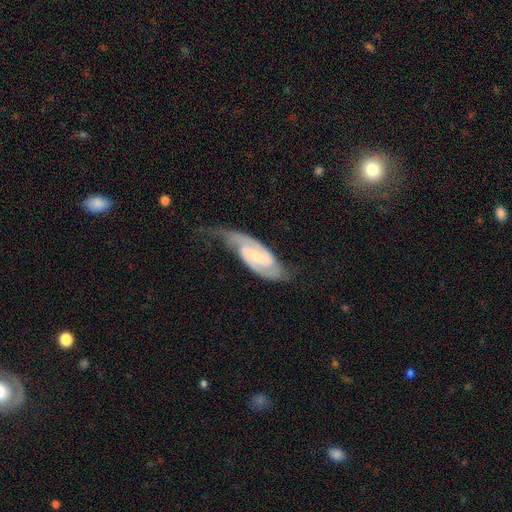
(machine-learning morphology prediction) Q: Smooth or featured?
A: featured or disk (88%); runner-up: smooth (7%)
Q: Edge-on disk?
A: no (96%); runner-up: yes (4%)
Q: Bar?
A: weak (45%); runner-up: no (28%)
Q: Spiral arms?
A: yes (98%); runner-up: no (2%)
Q: Spiral winding?
A: medium (47%); runner-up: tight (36%)
Q: Spiral arm count?
A: 2 (91%); runner-up: can't tell (4%)
Q: Bulge size?
A: small (65%); runner-up: moderate (22%)
Q: Merging?
A: none (57%); runner-up: minor disturbance (25%)